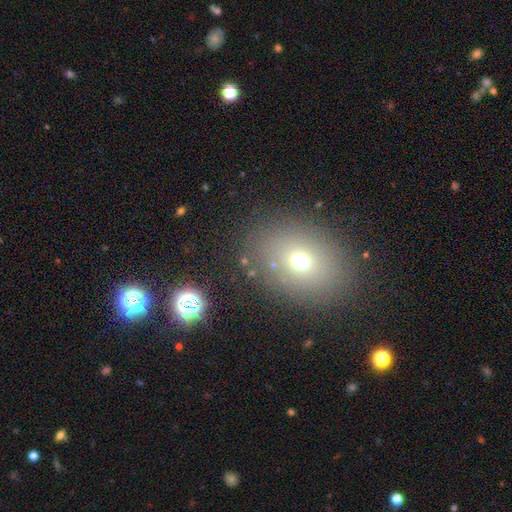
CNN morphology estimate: type=smooth (58%); roundness=in between (63%); merging=none (86%).